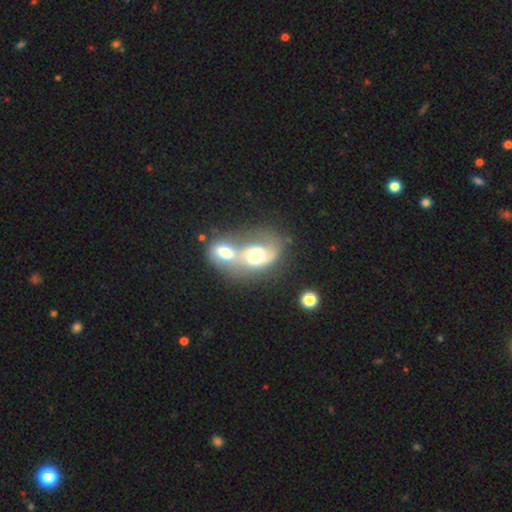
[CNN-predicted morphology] The model was most divided on "smooth or featured": featured or disk: 52%, smooth: 40%, star or artifact: 8%. More confident: edge-on disk — no (96%); merging — merger (81%); bar — no (62%); spiral arms — yes (61%); bulge size — moderate (56%).